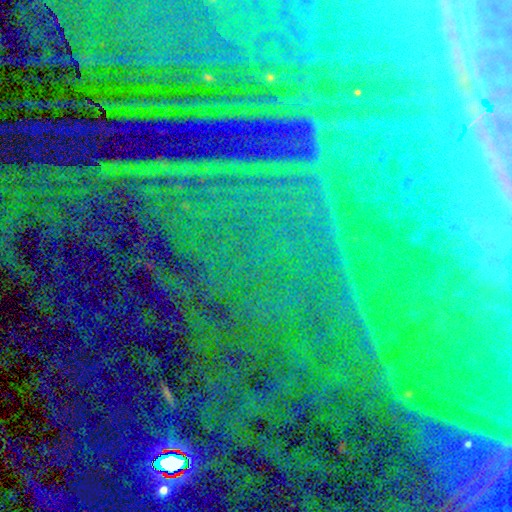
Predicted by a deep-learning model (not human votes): This is clearly a star or artifact rather than a galaxy (83%).